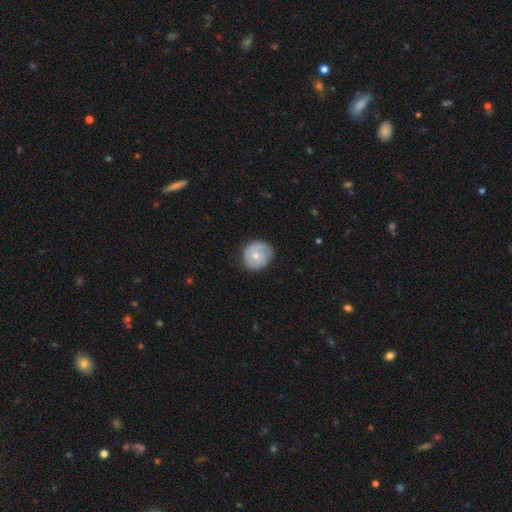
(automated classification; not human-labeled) Smooth or featured? smooth (49%)
Merging? none (72%)